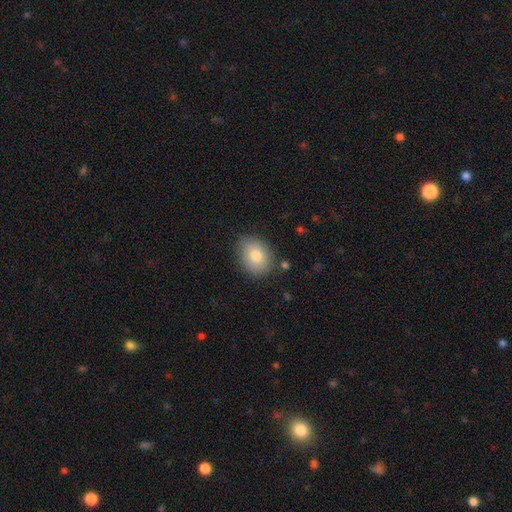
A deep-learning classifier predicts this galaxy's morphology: This is likely a smooth galaxy (80%). How rounded: likely in between (63%). Merging: clearly none (81%).